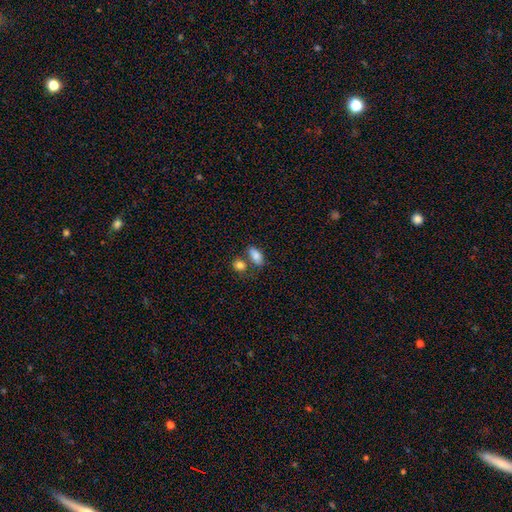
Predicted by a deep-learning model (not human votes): Overall: smooth (84%). How rounded: in between (88%). Merging: none (54%; merger 27%).